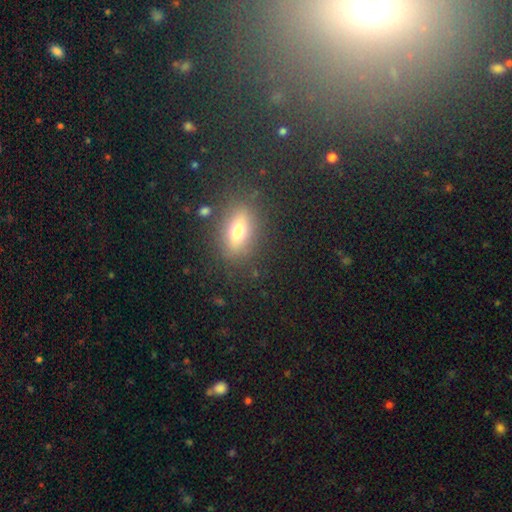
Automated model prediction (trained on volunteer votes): Q: Smooth or featured?
A: smooth (58%); runner-up: star or artifact (25%)
Q: How rounded?
A: in between (78%); runner-up: round (13%)
Q: Merging?
A: none (86%); runner-up: minor disturbance (9%)